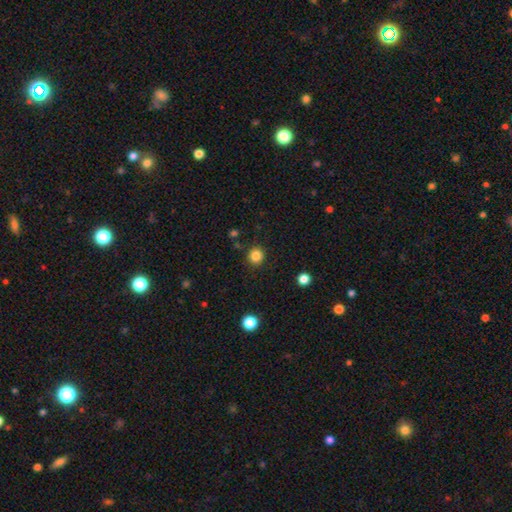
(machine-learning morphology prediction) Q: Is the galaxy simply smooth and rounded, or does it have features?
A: smooth — 84%.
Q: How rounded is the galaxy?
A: round — 90%.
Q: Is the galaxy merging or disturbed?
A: none — 89%.